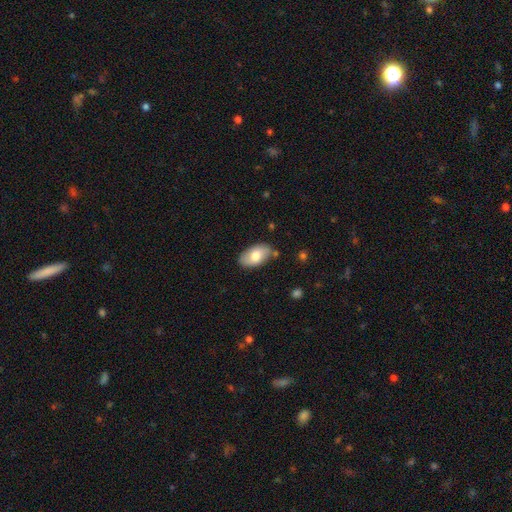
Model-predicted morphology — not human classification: smooth 70%, featured or disk 24%, star or artifact 6%. Down the decision tree: how rounded — in between (94%); merging — none (79%).